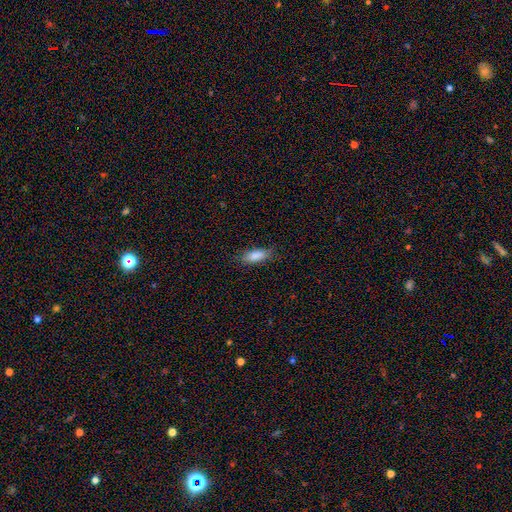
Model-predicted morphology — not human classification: Smooth or featured? smooth (85%)
How rounded? in between (73%)
Merging? none (78%)